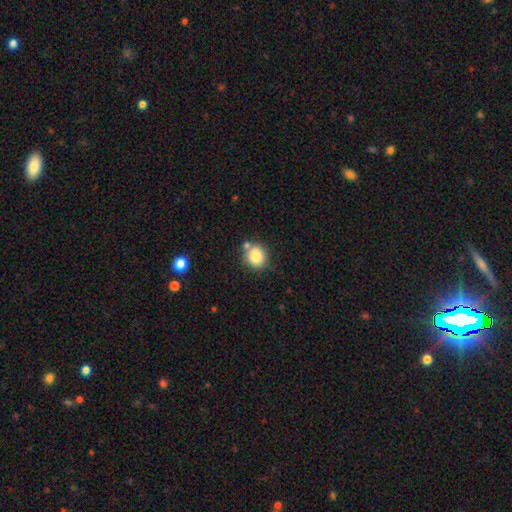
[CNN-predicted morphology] This appears to be a smooth galaxy with no disk features (84%) that is round (72%). Merging: none (70%).